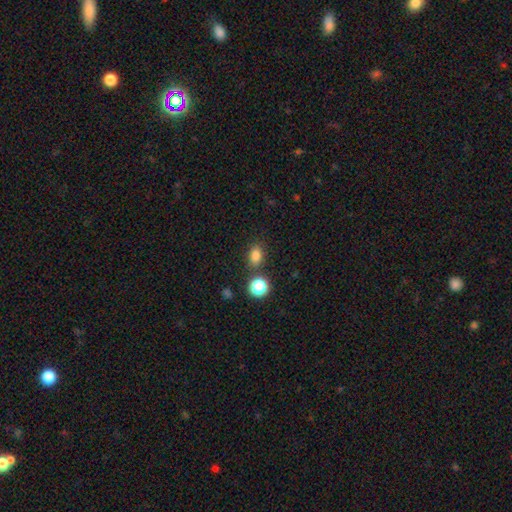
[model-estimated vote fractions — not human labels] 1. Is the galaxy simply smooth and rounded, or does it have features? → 80% smooth, 15% star or artifact, 5% featured or disk.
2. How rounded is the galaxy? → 64% in between, 35% round, 2% cigar-shaped.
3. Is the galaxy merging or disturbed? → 79% none, 10% minor disturbance, 8% merger, 3% major disturbance.